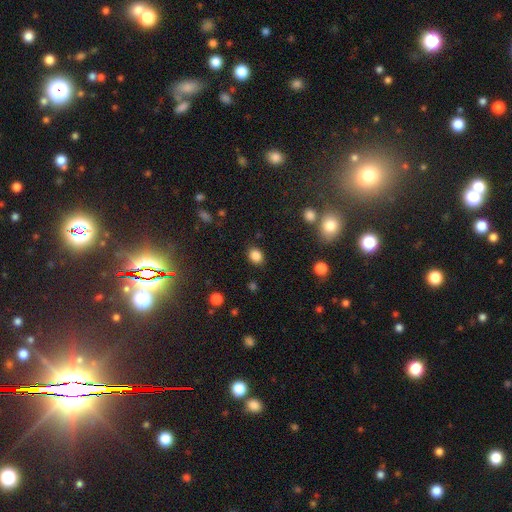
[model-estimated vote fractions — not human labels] Overall: smooth (85%). How rounded: in between (54%; round 45%). Merging: none (86%).